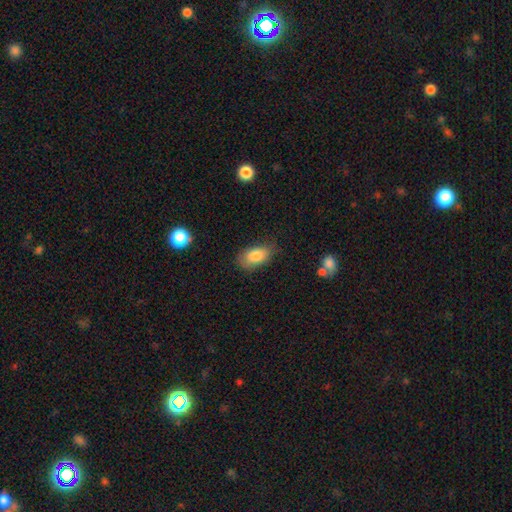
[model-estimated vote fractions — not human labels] This appears to be a smooth galaxy with no disk features (82%) that is in between round and cigar-shaped (91%). Merging: none (70%).